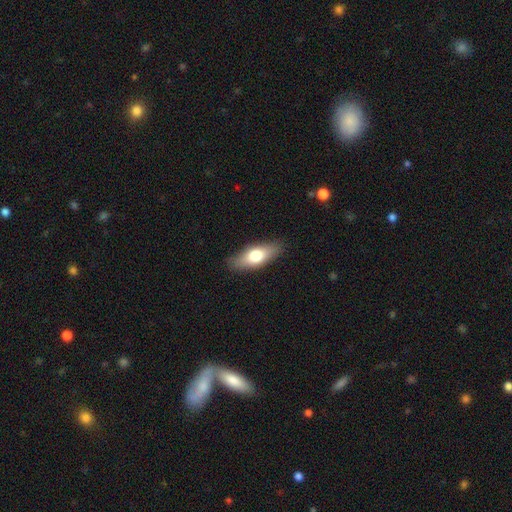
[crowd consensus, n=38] Morphology: type=smooth (66%); roundness=in between (84%); merging=none (83%).